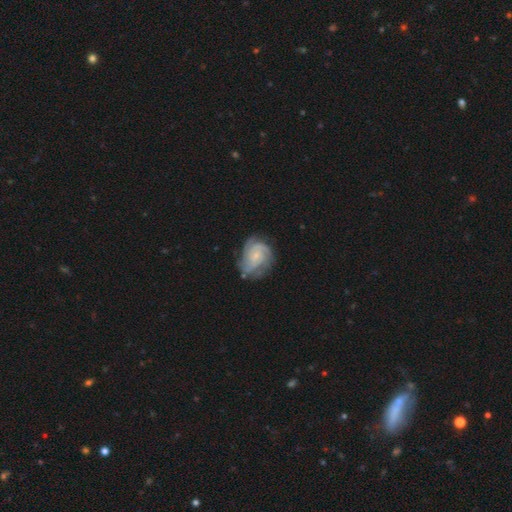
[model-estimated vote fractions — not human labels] Morphology: type=featured or disk (84%); edge-on=no (98%); bar=no (64%); spiral arms=yes (97%); winding=tight (59%); arm count=3 (36%); bulge=small (70%); merging=none (69%).